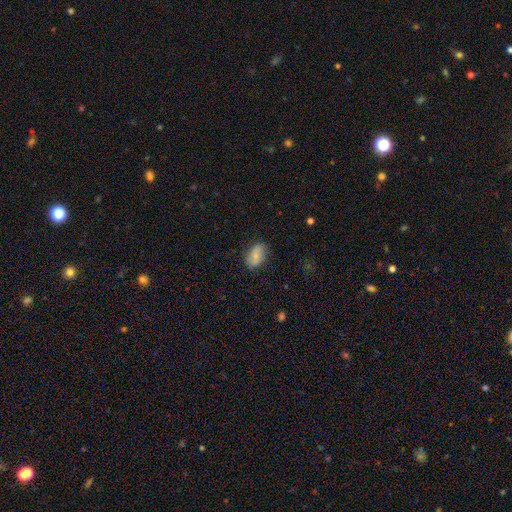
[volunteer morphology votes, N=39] smooth 72%, featured or disk 21%, star or artifact 8%. Down the decision tree: how rounded — in between (89%); merging — none (72%).